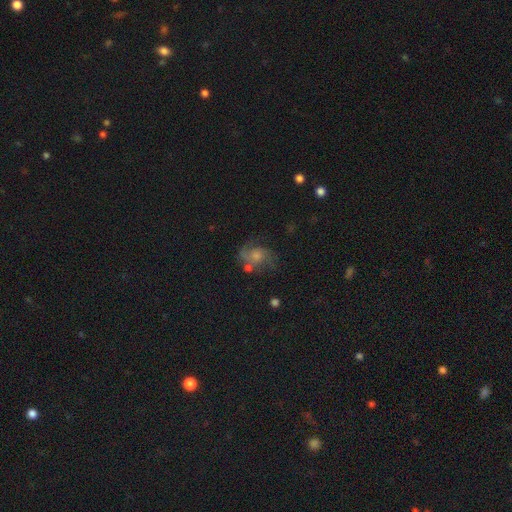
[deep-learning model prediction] smooth-or-featured: featured or disk: 61% | smooth: 28% | star or artifact: 12%
  disk-edge-on: no: 97% | yes: 3%
    bar: no: 74% | weak: 23% | strong: 3%
    has-spiral-arms: yes: 87% | no: 13%
      spiral-winding: medium: 47% | loose: 36% | tight: 17%
      spiral-arm-count: 2: 62% | can't tell: 14% | 1: 10% | 3: 9% | 4: 3% | more than 4: 2%
    bulge-size: moderate: 40% | small: 39% | none: 11% | large: 8% | dominant: 2%
  merging: none: 52% | minor disturbance: 22% | major disturbance: 19% | merger: 7%